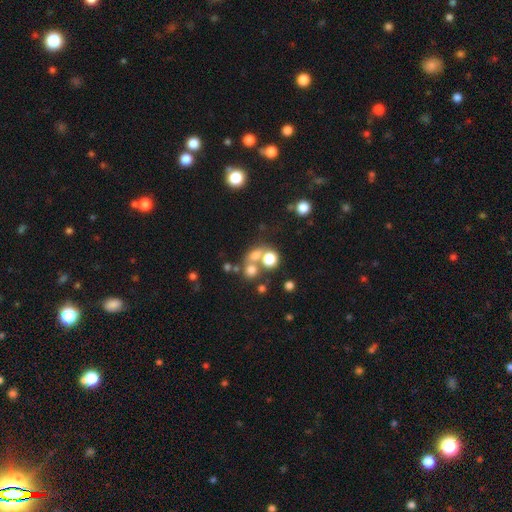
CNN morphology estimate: Smooth or featured? Predicted: smooth (p=0.65). How rounded? Predicted: round (p=0.72). Merging? Predicted: none (p=0.44).